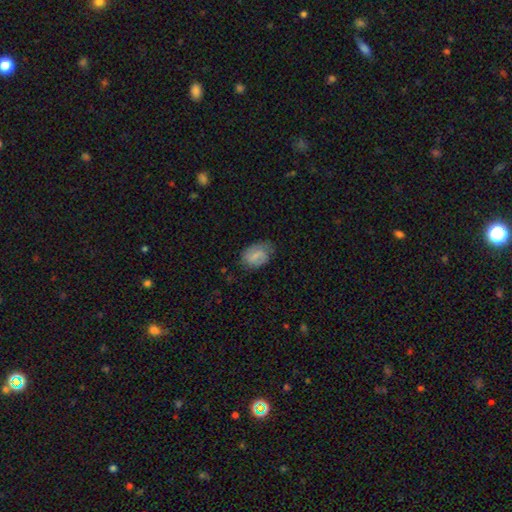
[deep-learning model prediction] This appears to be a smooth galaxy with no disk features (64%) that is in between round and cigar-shaped (82%). Merging: none (64%).